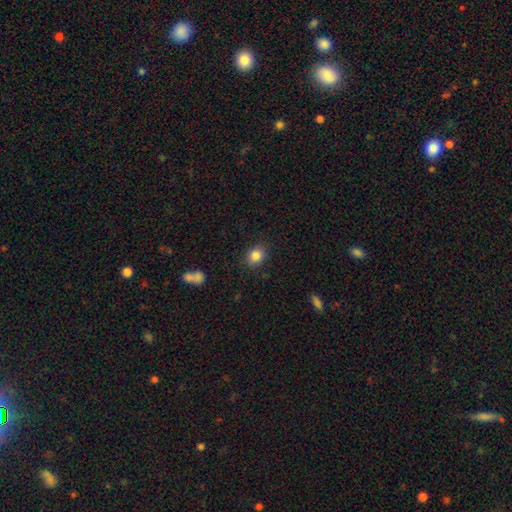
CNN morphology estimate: This is clearly a smooth galaxy (85%). How rounded: possibly round (59%). Merging: clearly none (85%).